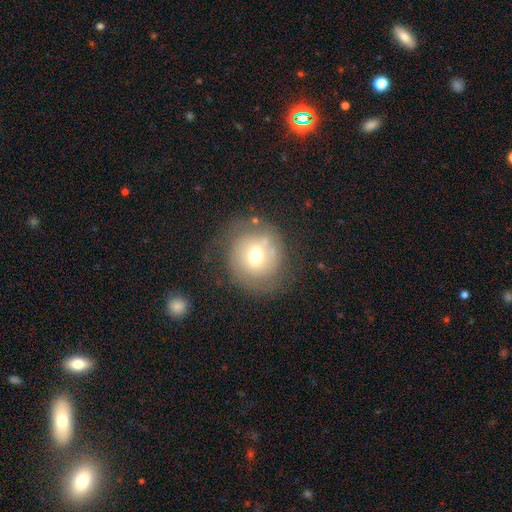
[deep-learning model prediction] smooth 51%, featured or disk 37%, star or artifact 12%. Down the decision tree: how rounded — round (88%); merging — none (66%).